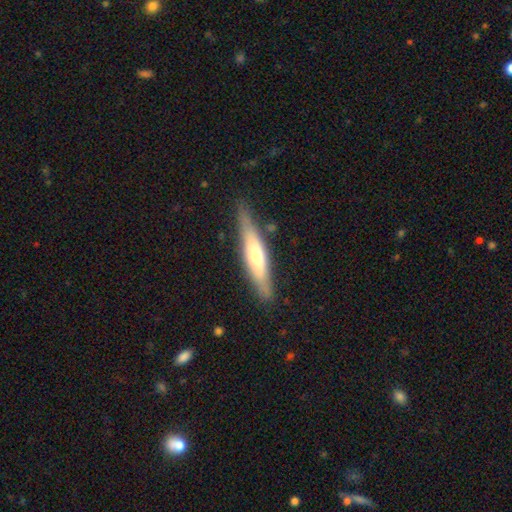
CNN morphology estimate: Overall: featured or disk (53%; smooth 42%). Edge-on disk: yes (87%). Merging: none (82%).